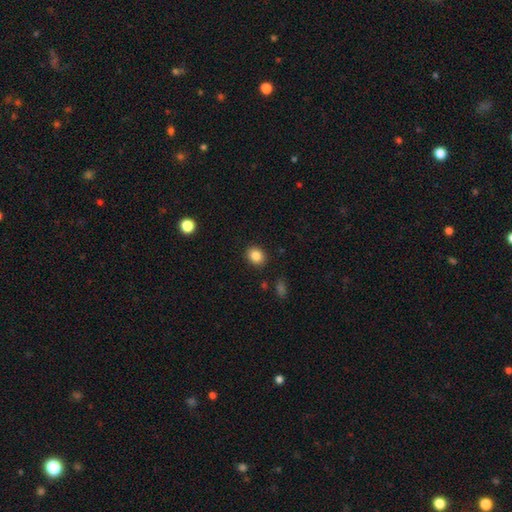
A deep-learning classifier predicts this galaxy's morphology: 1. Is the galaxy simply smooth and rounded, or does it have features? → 86% smooth, 10% star or artifact, 5% featured or disk.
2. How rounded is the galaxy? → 58% round, 41% in between, 1% cigar-shaped.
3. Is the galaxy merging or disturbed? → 88% none, 8% minor disturbance, 2% major disturbance, 2% merger.